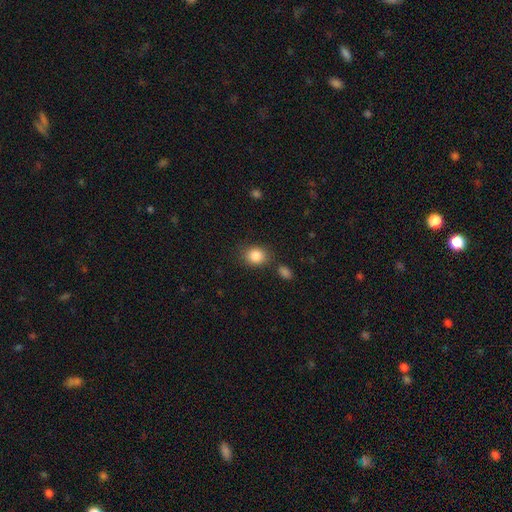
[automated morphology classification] Smooth or featured? Predicted: smooth (p=0.86). How rounded? Predicted: round (p=0.55). Merging? Predicted: none (p=0.77).